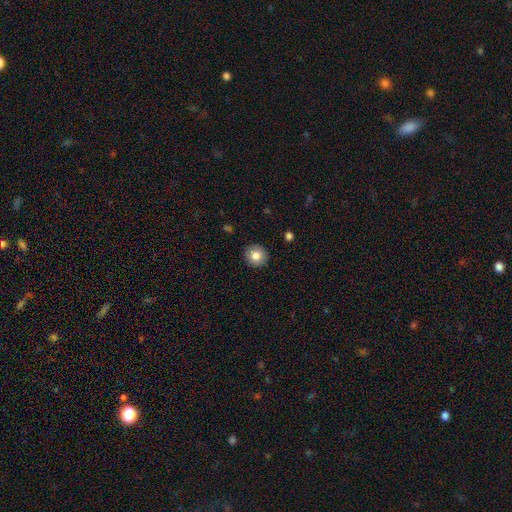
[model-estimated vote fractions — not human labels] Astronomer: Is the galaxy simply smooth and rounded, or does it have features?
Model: smooth — 81%.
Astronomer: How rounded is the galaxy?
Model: round — 92%.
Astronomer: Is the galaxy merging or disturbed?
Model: none — 91%.